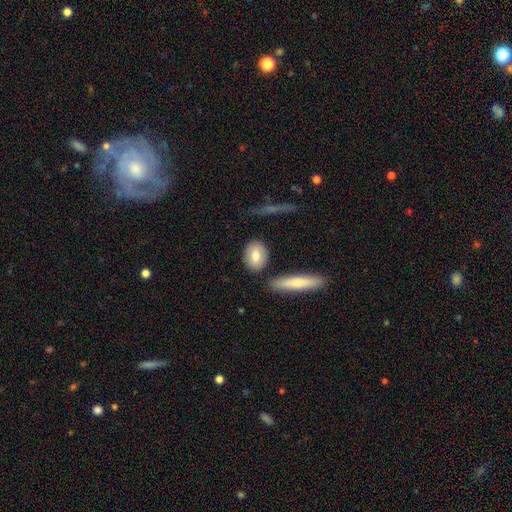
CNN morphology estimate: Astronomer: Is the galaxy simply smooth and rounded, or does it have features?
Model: smooth — 78%.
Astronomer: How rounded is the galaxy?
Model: in between — 66%.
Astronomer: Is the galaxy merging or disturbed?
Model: none — 81%.